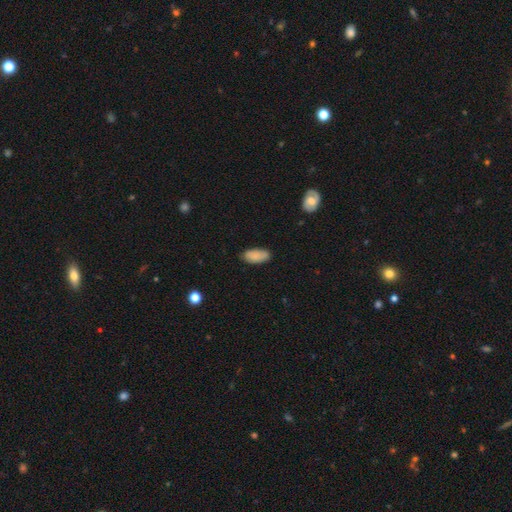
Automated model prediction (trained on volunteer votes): smooth-or-featured: smooth: 86% | star or artifact: 7% | featured or disk: 7%
  how-rounded: in between: 90% | cigar-shaped: 7% | round: 2%
  merging: none: 79% | minor disturbance: 16% | major disturbance: 3% | merger: 2%